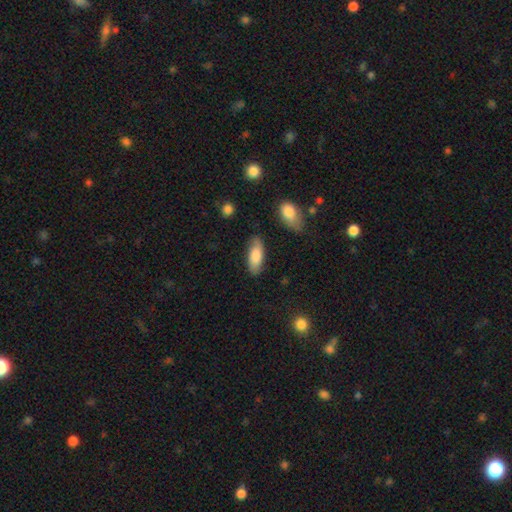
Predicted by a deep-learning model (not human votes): This is likely a smooth galaxy (78%). How rounded: likely in between (78%). Merging: likely none (79%).